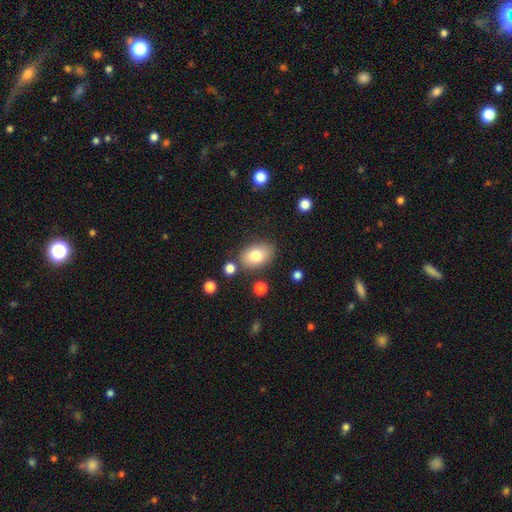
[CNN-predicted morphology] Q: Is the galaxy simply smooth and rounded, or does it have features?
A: smooth — 79%.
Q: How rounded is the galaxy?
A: in between — 83%.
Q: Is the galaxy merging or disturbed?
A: none — 78%.